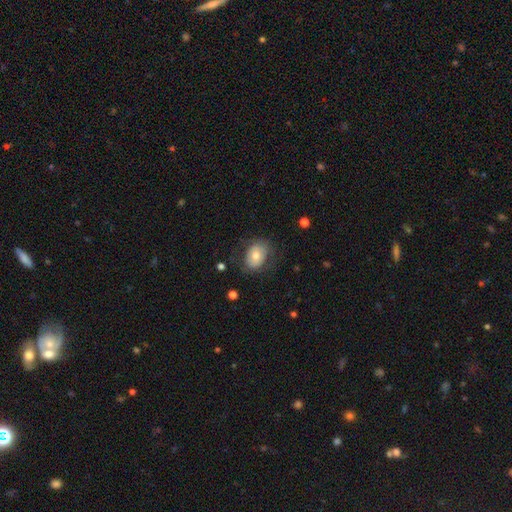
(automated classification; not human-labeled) The model was most divided on "smooth or featured": smooth: 68%, featured or disk: 25%, star or artifact: 8%. More confident: how rounded — in between (71%); merging — none (70%).